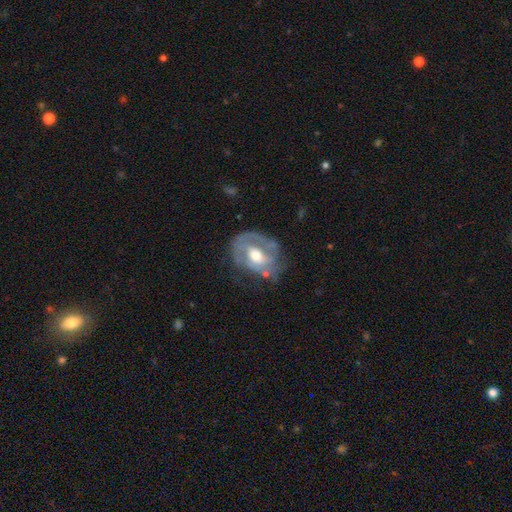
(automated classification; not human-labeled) Q: Smooth or featured?
A: featured or disk (72%); runner-up: smooth (21%)
Q: Edge-on disk?
A: no (96%); runner-up: yes (4%)
Q: Bar?
A: no (43%); runner-up: weak (39%)
Q: Spiral arms?
A: yes (68%); runner-up: no (32%)
Q: Bulge size?
A: moderate (73%); runner-up: small (14%)
Q: Merging?
A: none (48%); runner-up: minor disturbance (27%)